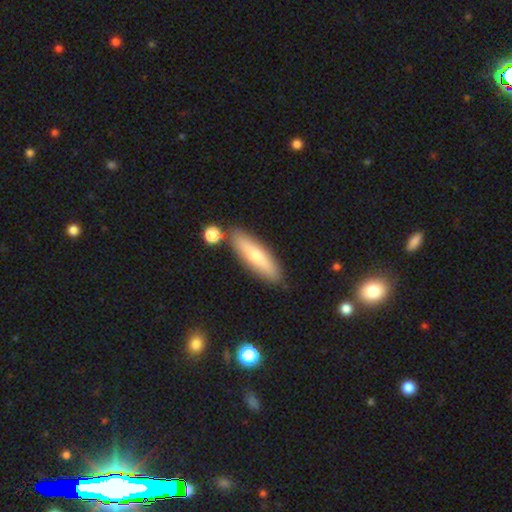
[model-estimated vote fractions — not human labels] A smooth galaxy with no disk features (66%) that is cigar-shaped (70%). Merging: none (84%).